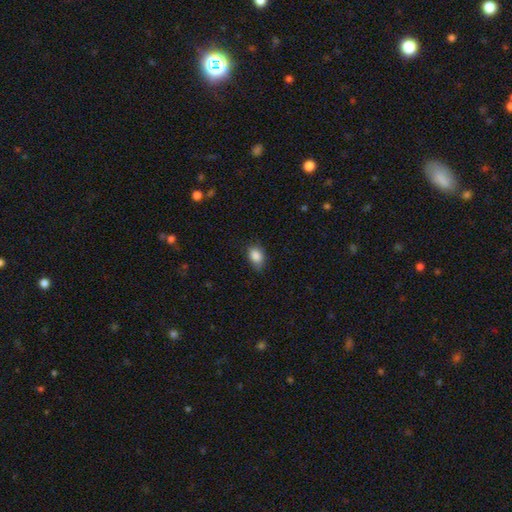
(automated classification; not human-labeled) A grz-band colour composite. It shows a smooth galaxy with no disk features (87%) that is in between round and cigar-shaped (82%). Merging: none (72%).